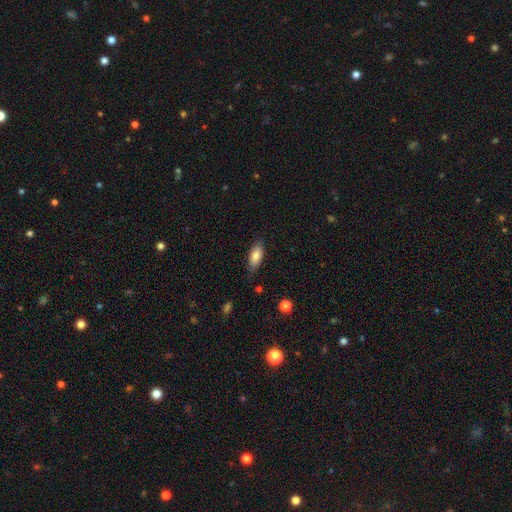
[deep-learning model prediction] The model was most divided on "how rounded": in between: 82%, cigar-shaped: 16%, round: 2%. More confident: merging — none (82%); smooth or featured — smooth (80%).